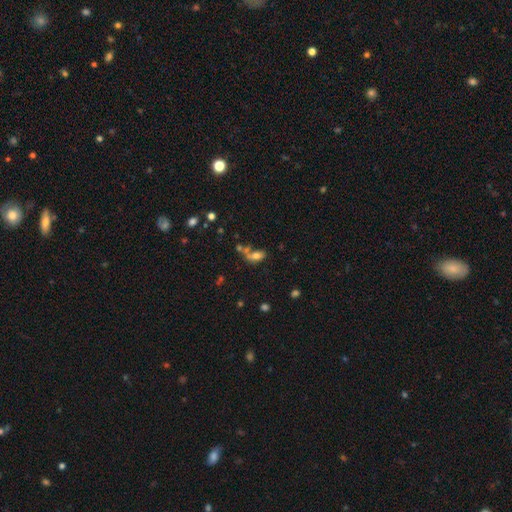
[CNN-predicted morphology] smooth 70%, featured or disk 16%, star or artifact 14%. Down the decision tree: how rounded — in between (85%); merging — merger (37%, tied with none).